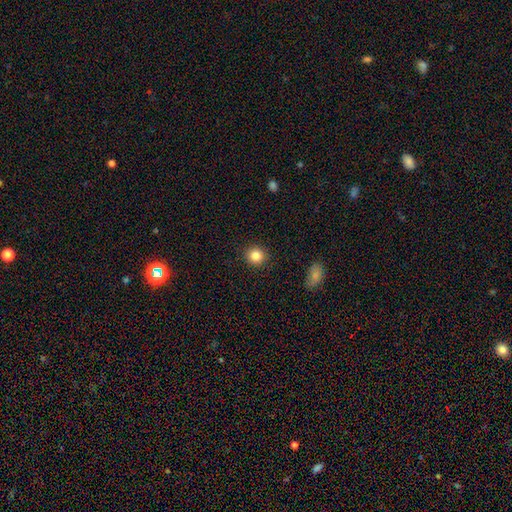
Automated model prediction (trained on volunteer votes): smooth_or_featured: smooth (p=0.84) [alt: star or artifact p=0.11]
how_rounded: round (p=0.90) [alt: in between p=0.09]
merging: none (p=0.91) [alt: minor disturbance p=0.06]